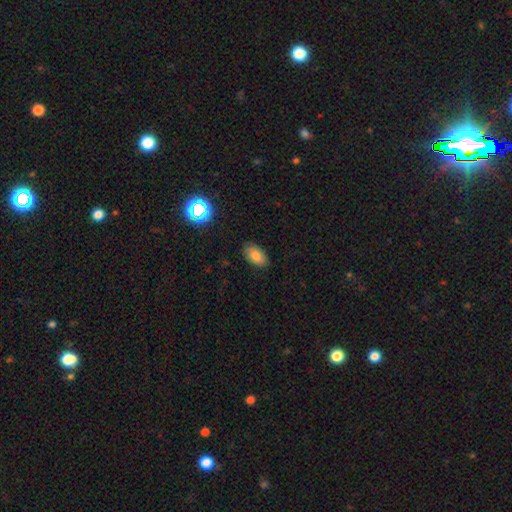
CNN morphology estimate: Q: Smooth or featured?
A: smooth (81%); runner-up: star or artifact (10%)
Q: How rounded?
A: in between (92%); runner-up: round (6%)
Q: Merging?
A: none (85%); runner-up: minor disturbance (11%)